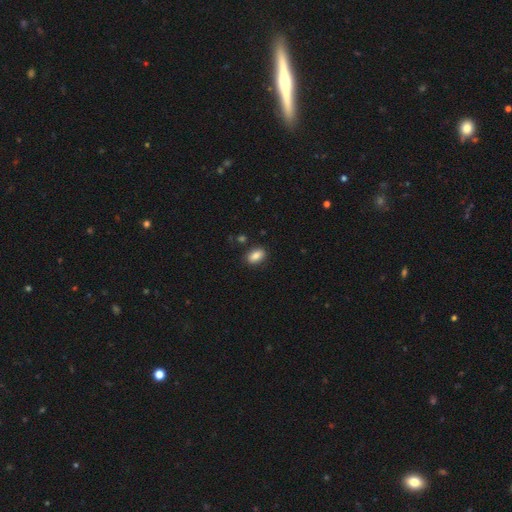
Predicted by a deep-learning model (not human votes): Smooth or featured: smooth — 86% (star or artifact — 8%)
How rounded: in between — 89% (round — 8%)
Merging: none — 86% (minor disturbance — 9%)